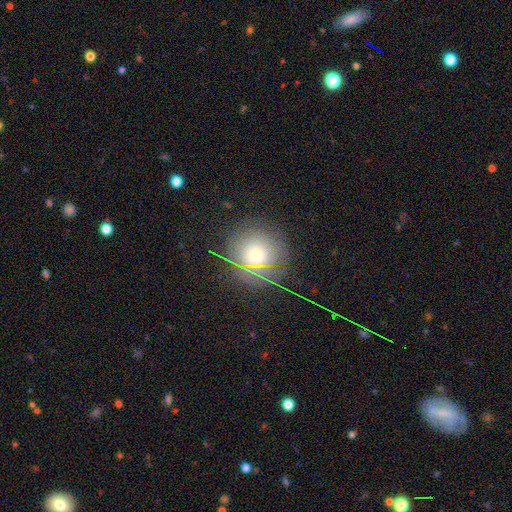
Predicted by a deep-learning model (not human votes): The model was most divided on "smooth or featured": smooth: 56%, star or artifact: 28%, featured or disk: 17%. More confident: how rounded — round (90%); merging — none (83%).